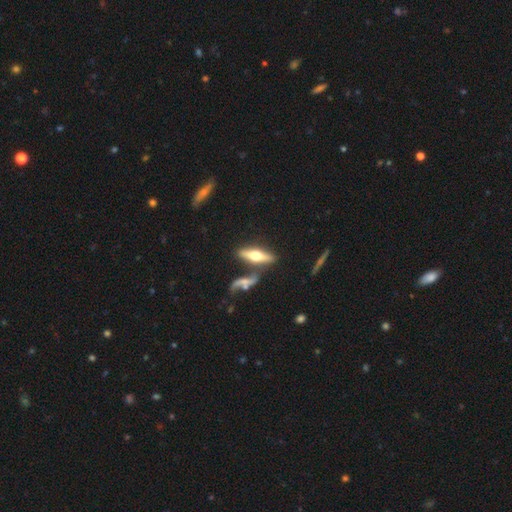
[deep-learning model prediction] Smooth or featured?
  - featured or disk: 53% *
  - smooth: 40%
  - star or artifact: 7%
Edge-on disk?
  - yes: 86% *
  - no: 14%
Merging?
  - none: 62% *
  - merger: 21%
  - minor disturbance: 12%
  - major disturbance: 5%